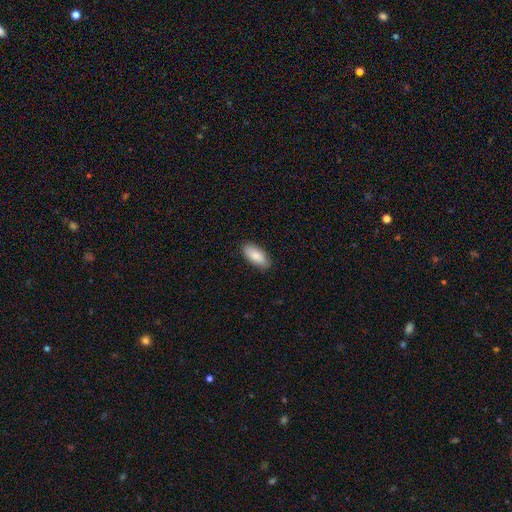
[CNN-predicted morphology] This is clearly a smooth galaxy (87%). How rounded: clearly in between (87%). Merging: clearly none (88%).